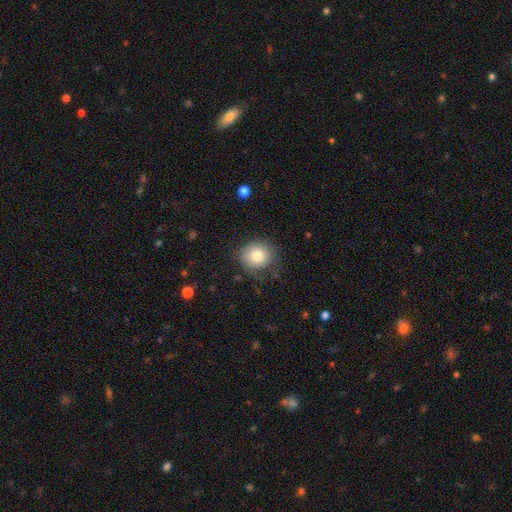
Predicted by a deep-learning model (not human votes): Smooth or featured: smooth — 80% (featured or disk — 11%)
How rounded: round — 85% (in between — 14%)
Merging: none — 70% (minor disturbance — 20%)